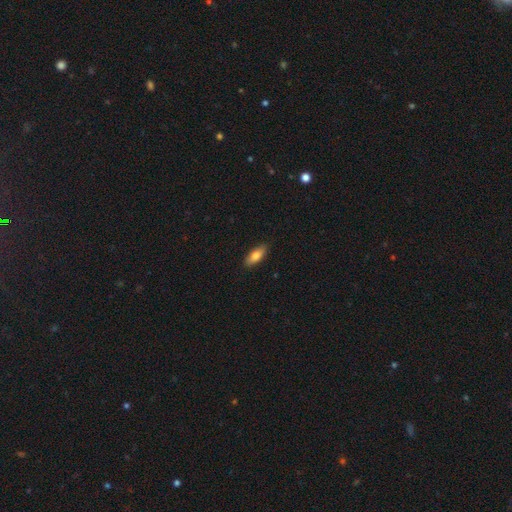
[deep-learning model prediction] smooth_or_featured: smooth (p=0.80) [alt: featured or disk p=0.14]
how_rounded: in between (p=0.76) [alt: cigar-shaped p=0.21]
merging: none (p=0.89) [alt: minor disturbance p=0.09]